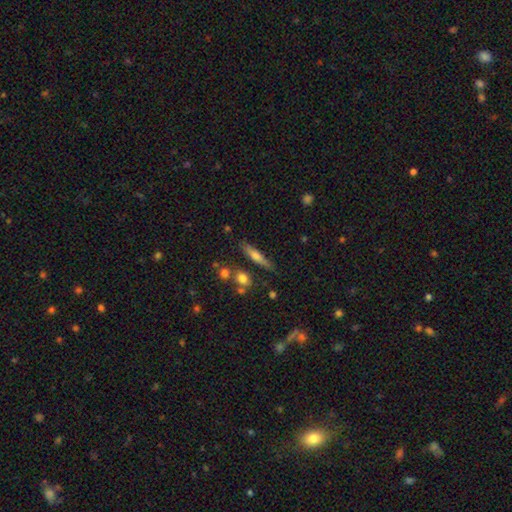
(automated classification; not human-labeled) A smooth galaxy with no disk features (48%).

Vote fractions:
- Smooth or featured? smooth: 48% / featured or disk: 44% / star or artifact: 9%
- Merging? none: 78% / minor disturbance: 12% / merger: 6% / major disturbance: 3%